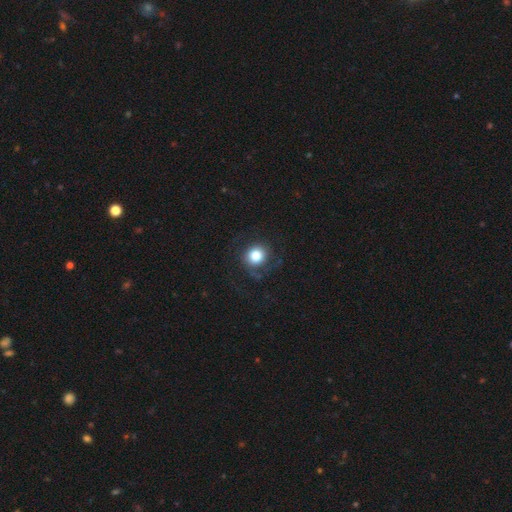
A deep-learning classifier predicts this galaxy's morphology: smooth-or-featured: smooth: 70% | featured or disk: 20% | star or artifact: 10%
  how-rounded: round: 87% | in between: 12% | cigar-shaped: 1%
  merging: none: 69% | minor disturbance: 15% | major disturbance: 14% | merger: 1%